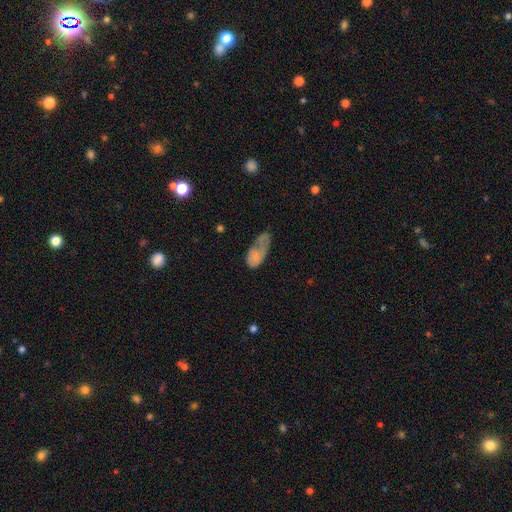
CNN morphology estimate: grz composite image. It shows a smooth galaxy with no disk features (61%) that is in between round and cigar-shaped (90%). Merging: major disturbance (43%).